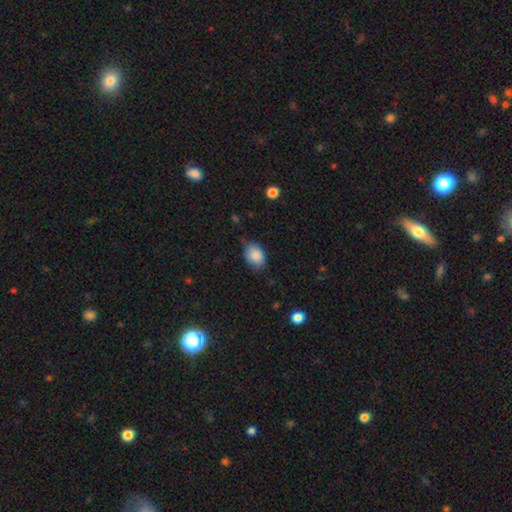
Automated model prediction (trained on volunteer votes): Smooth or featured?
  - smooth: 87% *
  - star or artifact: 7%
  - featured or disk: 6%
How rounded?
  - in between: 82% *
  - round: 17%
  - cigar-shaped: 1%
Merging?
  - none: 73% *
  - minor disturbance: 22%
  - major disturbance: 4%
  - merger: 1%